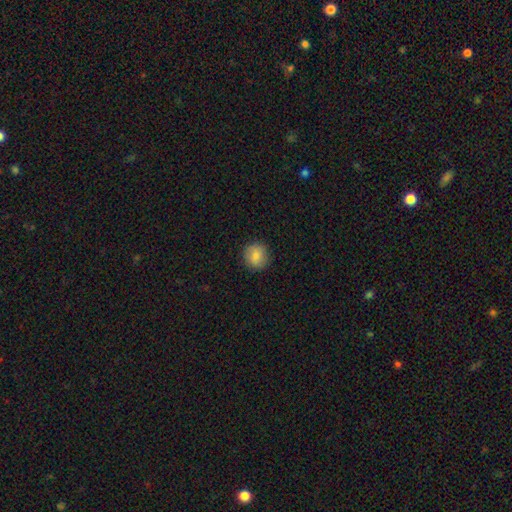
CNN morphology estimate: Smooth or featured?
  - smooth: 82% *
  - featured or disk: 10%
  - star or artifact: 8%
How rounded?
  - round: 91% *
  - in between: 8%
  - cigar-shaped: 1%
Merging?
  - none: 89% *
  - minor disturbance: 8%
  - major disturbance: 2%
  - merger: 1%